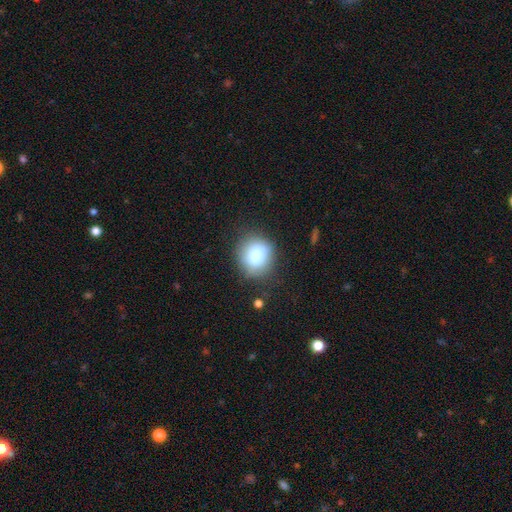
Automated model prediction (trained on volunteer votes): This is likely a smooth galaxy (79%). How rounded: likely round (76%). Merging: likely none (75%).